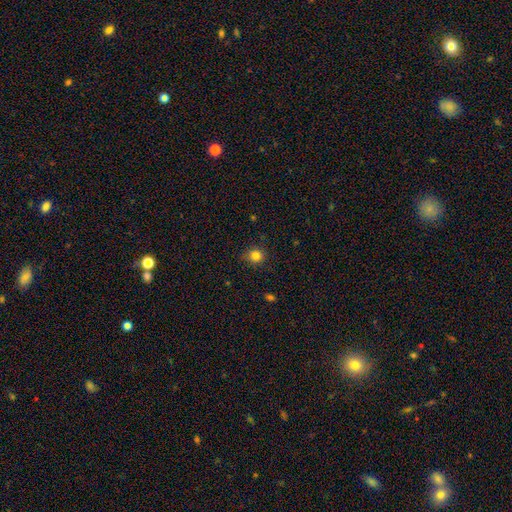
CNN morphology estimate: smooth-or-featured: smooth: 82% | star or artifact: 13% | featured or disk: 5%
  how-rounded: round: 86% | in between: 13% | cigar-shaped: 1%
  merging: none: 86% | minor disturbance: 10% | major disturbance: 2% | merger: 1%